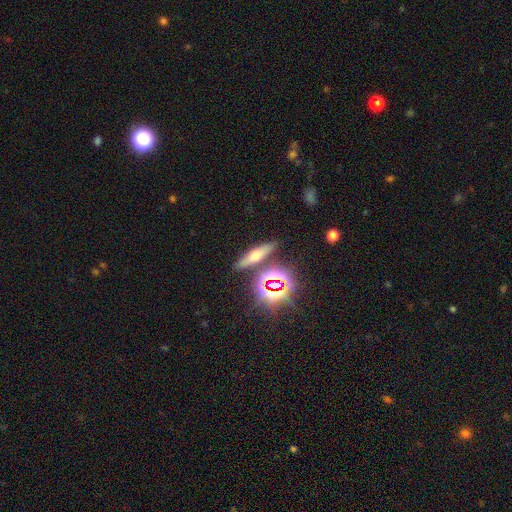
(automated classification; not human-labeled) Overall: smooth (43%; featured or disk 32%). Merging: none (81%).